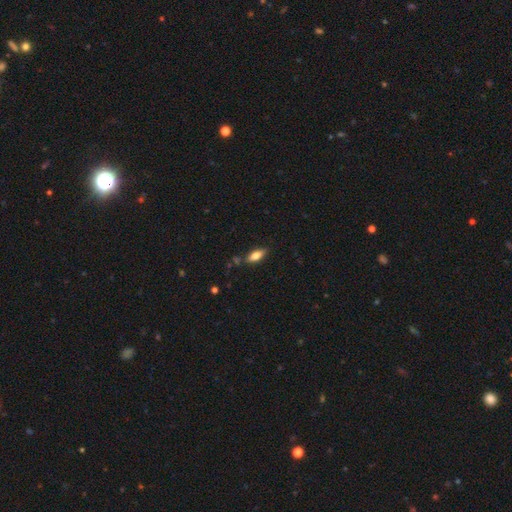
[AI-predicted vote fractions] Smooth or featured? Predicted: smooth (p=0.74). How rounded? Predicted: in between (p=0.75). Merging? Predicted: none (p=0.78).